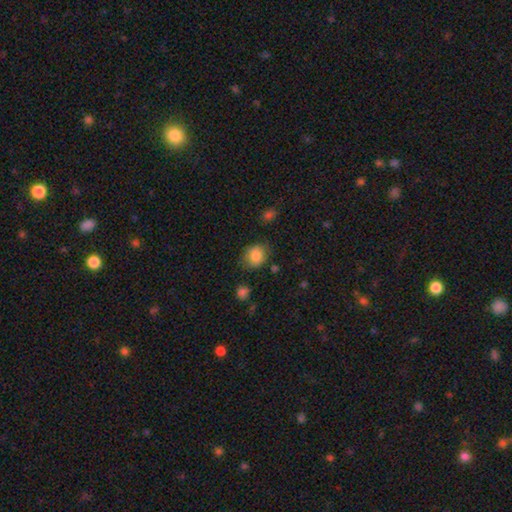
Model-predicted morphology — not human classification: Smooth or featured?
  - smooth: 83% *
  - star or artifact: 9%
  - featured or disk: 8%
How rounded?
  - round: 57% *
  - in between: 42%
  - cigar-shaped: 1%
Merging?
  - none: 72% *
  - minor disturbance: 21%
  - major disturbance: 5%
  - merger: 2%